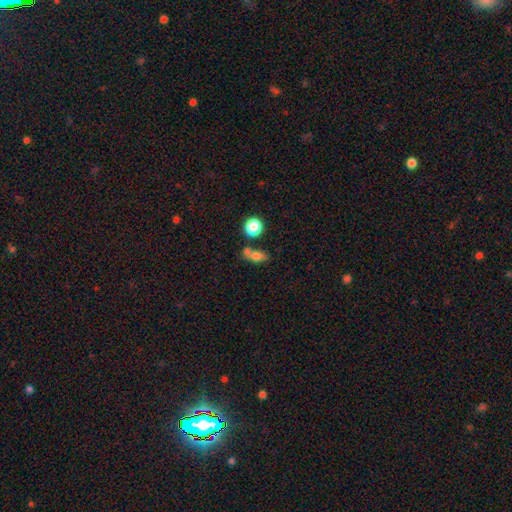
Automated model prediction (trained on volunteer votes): smooth_or_featured: smooth (p=0.74) [alt: featured or disk p=0.13]
how_rounded: in between (p=0.64) [alt: round p=0.26]
merging: none (p=0.44) [alt: merger p=0.36]